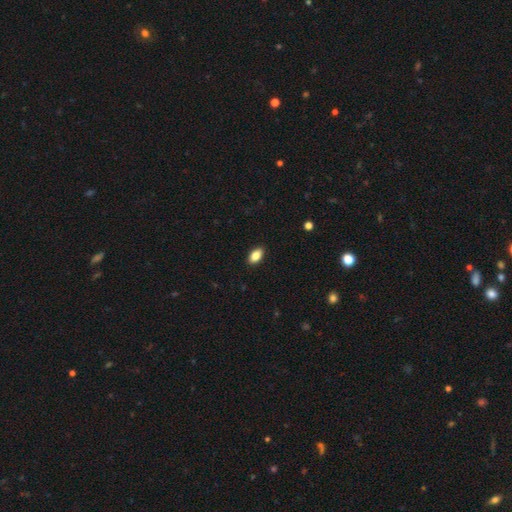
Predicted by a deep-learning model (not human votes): Smooth or featured? Predicted: smooth (p=0.86). How rounded? Predicted: in between (p=0.92). Merging? Predicted: none (p=0.90).